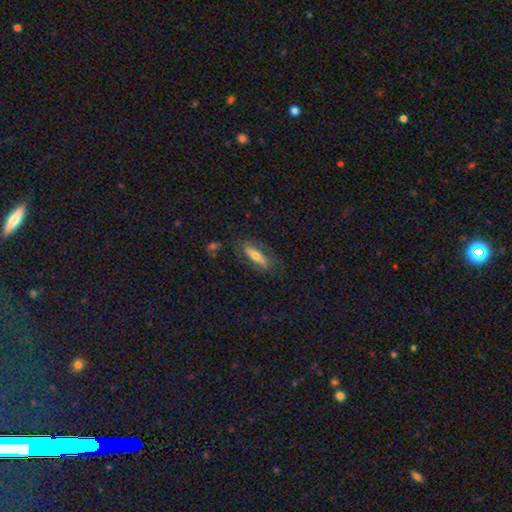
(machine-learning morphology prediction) Smooth or featured? smooth (50%)
Merging? none (71%)